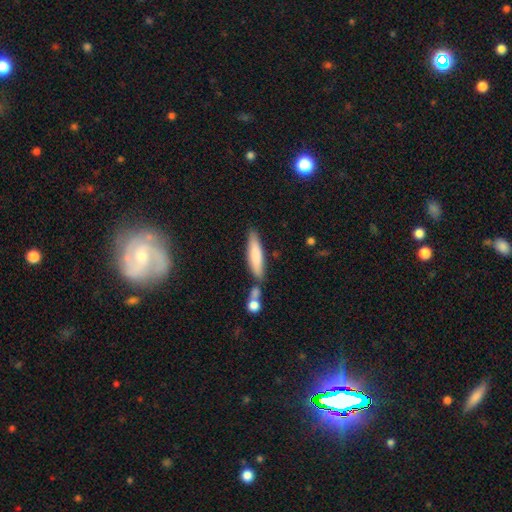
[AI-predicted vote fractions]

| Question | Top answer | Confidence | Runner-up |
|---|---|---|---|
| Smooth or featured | smooth | 77% | featured or disk (17%) |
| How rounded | cigar-shaped | 76% | in between (22%) |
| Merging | none | 68% | minor disturbance (14%) |